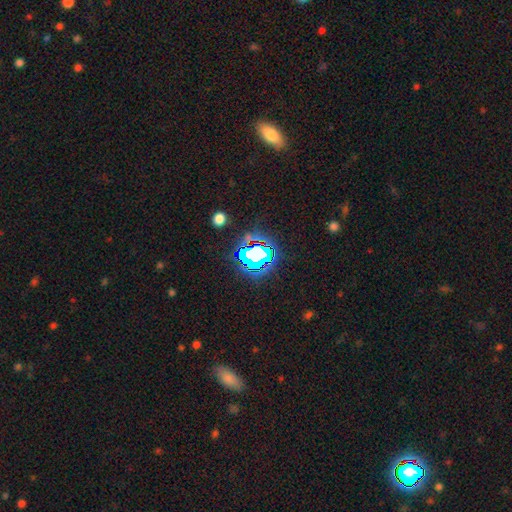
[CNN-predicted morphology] Q: Smooth or featured?
A: star or artifact (64%); runner-up: smooth (21%)